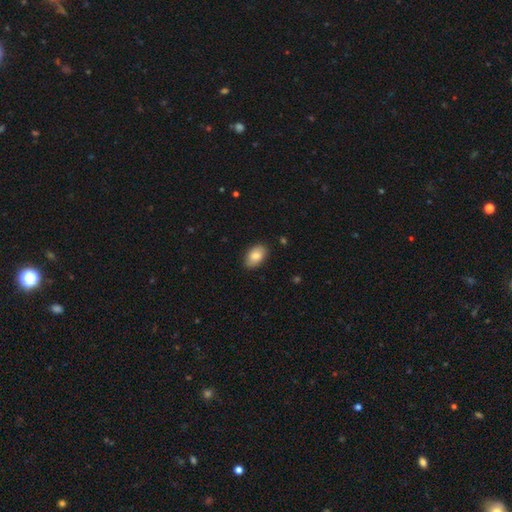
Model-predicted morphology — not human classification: This is clearly a smooth galaxy (83%). How rounded: clearly in between (92%). Merging: clearly none (86%).